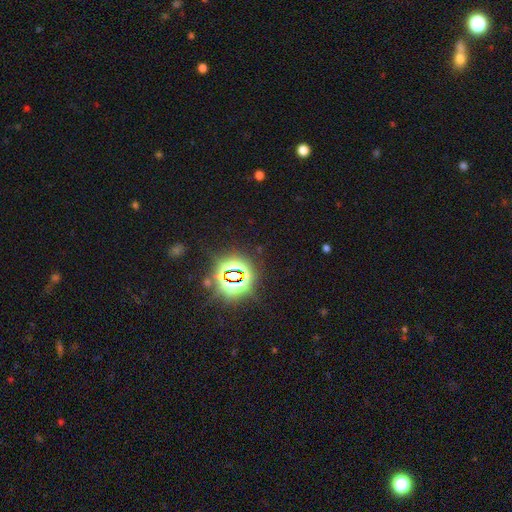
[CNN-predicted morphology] Q: Smooth or featured?
A: star or artifact (83%); runner-up: smooth (10%)